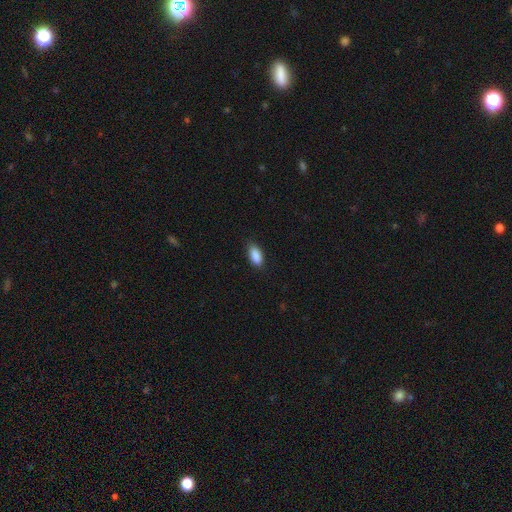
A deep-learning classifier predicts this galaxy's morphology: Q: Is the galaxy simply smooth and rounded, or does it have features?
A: smooth — 90%.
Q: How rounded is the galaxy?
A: in between — 90%.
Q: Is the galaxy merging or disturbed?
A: none — 85%.